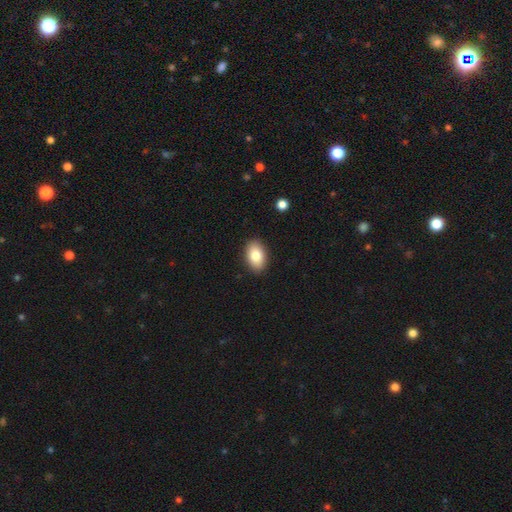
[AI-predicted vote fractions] smooth 84%, featured or disk 9%, star or artifact 7%. Down the decision tree: how rounded — in between (91%); merging — none (89%).